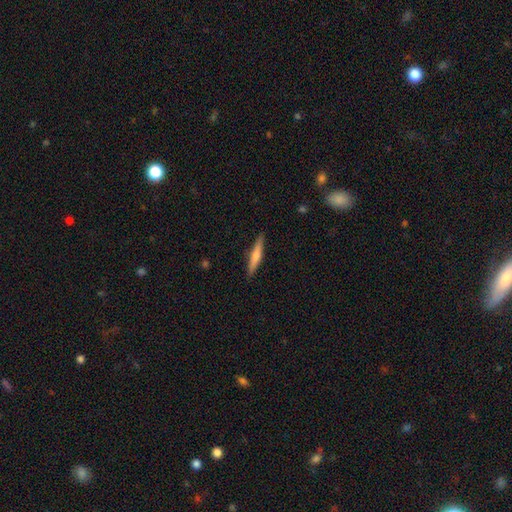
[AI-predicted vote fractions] This appears to be a smooth galaxy with no disk features (56%) that is cigar-shaped (91%). Merging: none (90%).